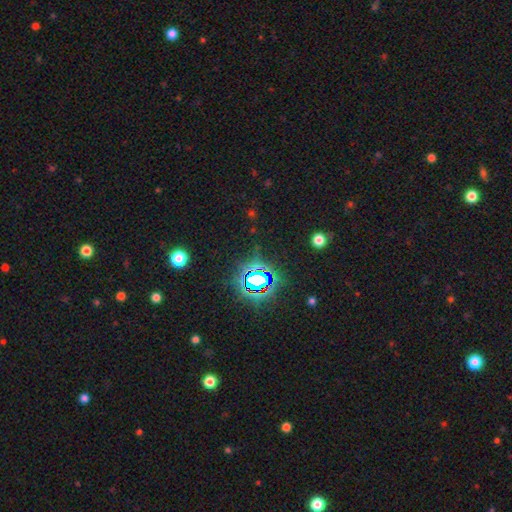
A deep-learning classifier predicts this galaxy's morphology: A star or artifact, not a galaxy (80%).

Vote fractions:
- Smooth or featured? star or artifact: 80% / smooth: 13% / featured or disk: 7%